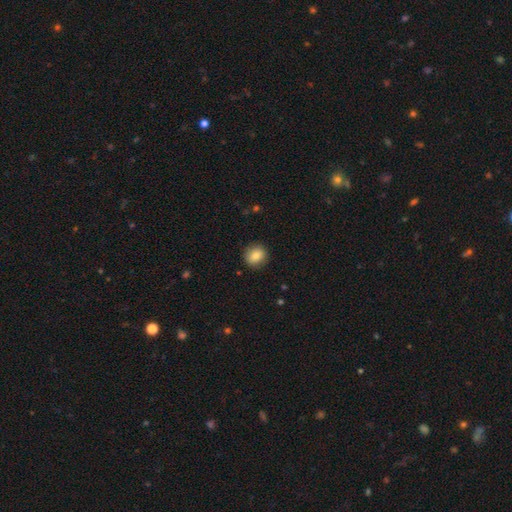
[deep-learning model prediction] Morphology: type=smooth (83%); roundness=round (76%); merging=none (88%).